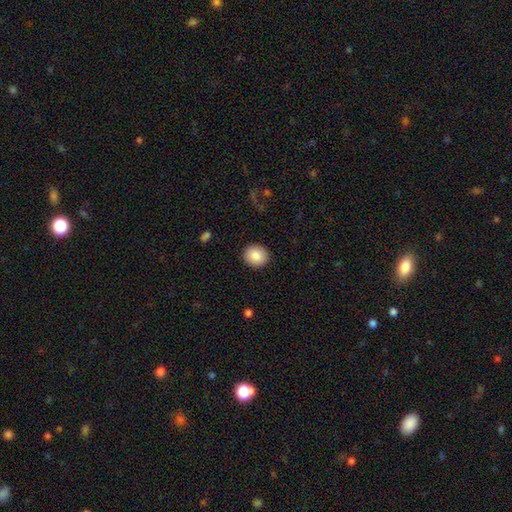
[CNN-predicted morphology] Overall: smooth (86%). How rounded: round (84%). Merging: none (91%).